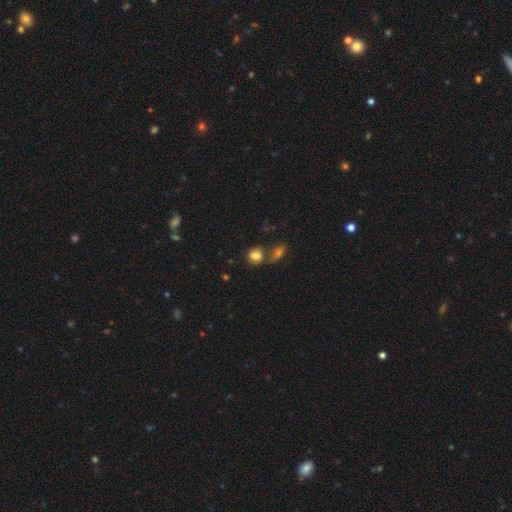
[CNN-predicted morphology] Smooth or featured?
  - smooth: 81% *
  - star or artifact: 11%
  - featured or disk: 8%
How rounded?
  - round: 62% *
  - in between: 36%
  - cigar-shaped: 2%
Merging?
  - none: 55% *
  - merger: 26%
  - minor disturbance: 15%
  - major disturbance: 5%